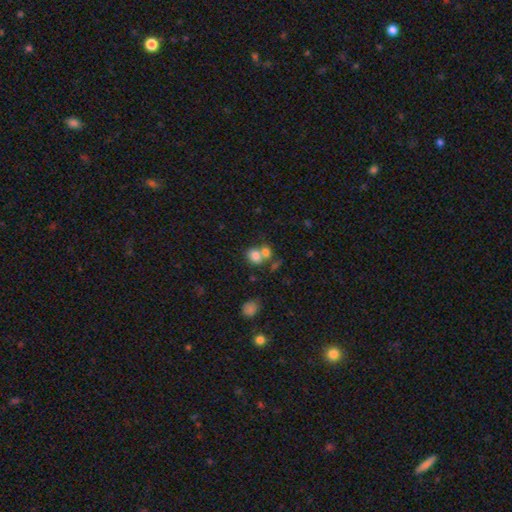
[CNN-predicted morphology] Overall: smooth (78%). How rounded: round (57%; in between 42%). Merging: merger (52%; none 35%).